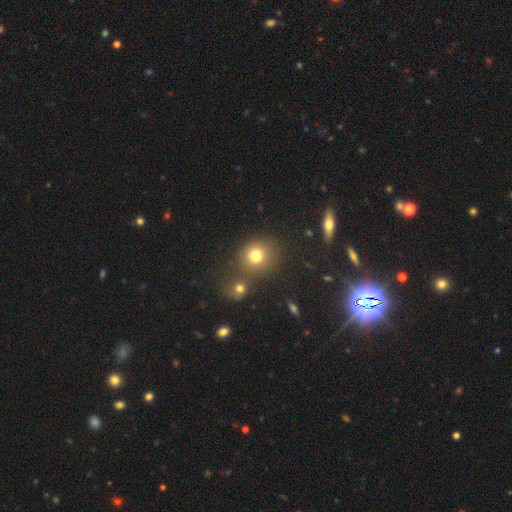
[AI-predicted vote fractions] The model was most divided on "merging": none: 65%, merger: 21%, minor disturbance: 10%, major disturbance: 5%. More confident: how rounded — round (83%); smooth or featured — smooth (77%).